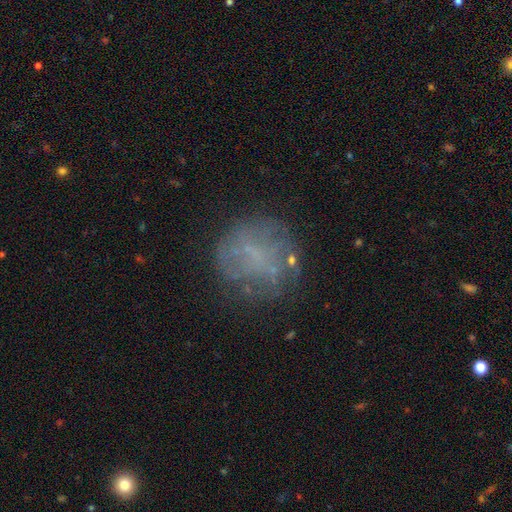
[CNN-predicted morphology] Q: Smooth or featured?
A: featured or disk (43%); runner-up: smooth (41%)
Q: Merging?
A: none (68%); runner-up: minor disturbance (17%)